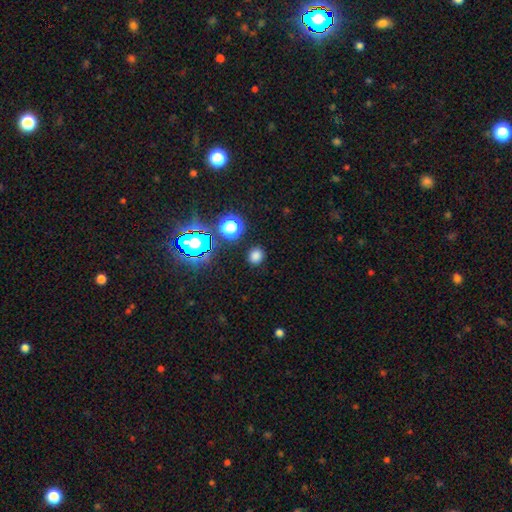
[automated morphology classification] Smooth or featured? Predicted: smooth (p=0.76). How rounded? Predicted: round (p=0.76). Merging? Predicted: none (p=0.88).